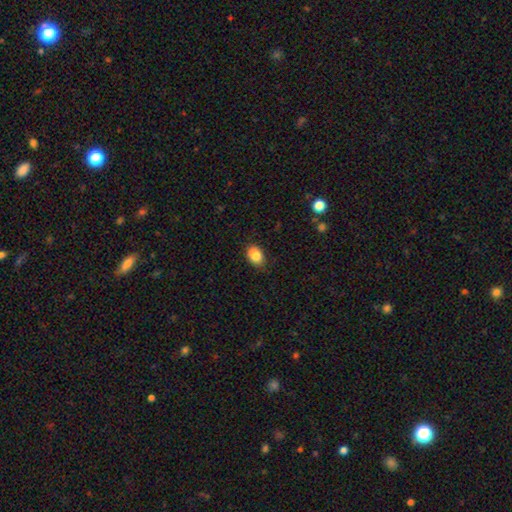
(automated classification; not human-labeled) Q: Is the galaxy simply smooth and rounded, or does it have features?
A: smooth — 87%.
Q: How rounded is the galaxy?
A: in between — 82%.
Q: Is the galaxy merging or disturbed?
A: none — 82%.